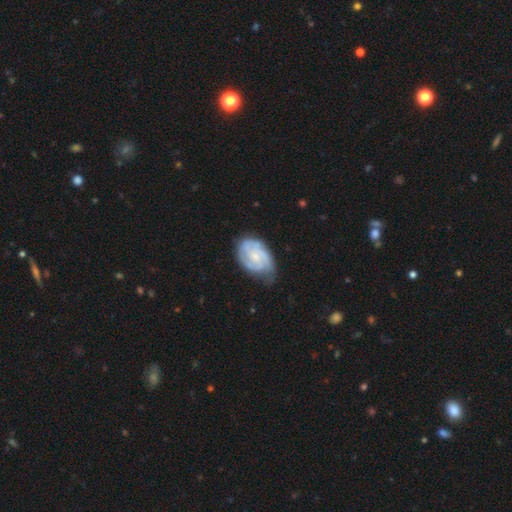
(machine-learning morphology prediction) Smooth or featured?
  - featured or disk: 79% *
  - smooth: 16%
  - star or artifact: 5%
Edge-on disk?
  - no: 98% *
  - yes: 2%
Bar?
  - no: 62% *
  - weak: 33%
  - strong: 5%
Spiral arms?
  - yes: 95% *
  - no: 5%
Spiral winding?
  - tight: 59% *
  - medium: 33%
  - loose: 8%
Spiral arm count?
  - 2: 35% *
  - 3: 29%
  - can't tell: 22%
  - 4: 6%
  - 1: 4%
  - more than 4: 4%
Bulge size?
  - small: 62% *
  - moderate: 26%
  - none: 9%
  - large: 1%
  - dominant: 1%
Merging?
  - none: 57% *
  - minor disturbance: 31%
  - major disturbance: 10%
  - merger: 2%